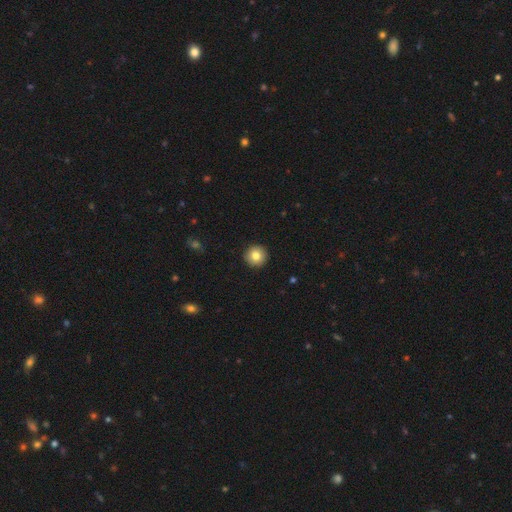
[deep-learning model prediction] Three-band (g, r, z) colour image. It shows a smooth galaxy with no disk features (83%) that is round (96%). Merging: none (93%).